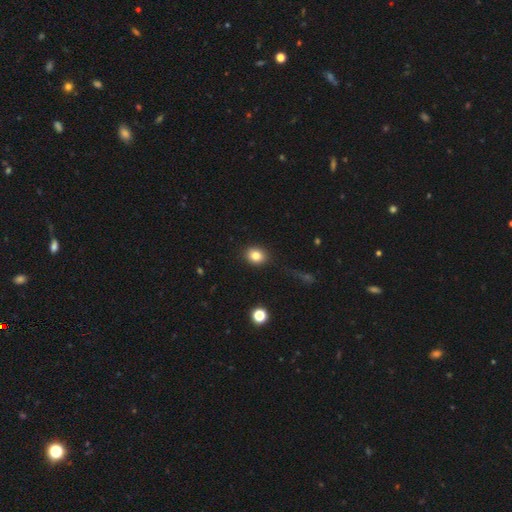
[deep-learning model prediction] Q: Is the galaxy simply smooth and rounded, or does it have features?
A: smooth — 82%.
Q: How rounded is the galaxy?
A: round — 62%.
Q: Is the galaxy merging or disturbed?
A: none — 88%.